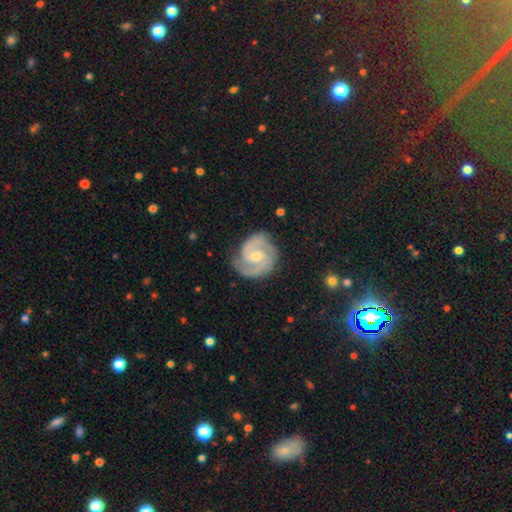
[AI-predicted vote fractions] Smooth or featured? Predicted: featured or disk (p=0.89). Edge-on disk? Predicted: no (p=0.98). Bar? Predicted: no (p=0.53). Spiral arms? Predicted: yes (p=0.98). Spiral winding? Predicted: tight (p=0.48). Spiral arm count? Predicted: 2 (p=0.76). Bulge size? Predicted: small (p=0.61). Merging? Predicted: none (p=0.78).